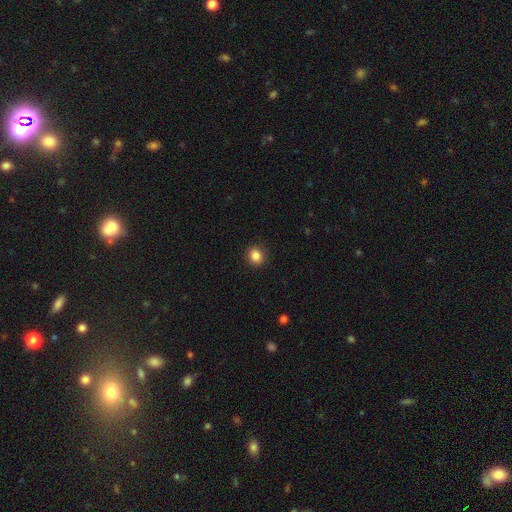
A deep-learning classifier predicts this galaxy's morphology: This appears to be a smooth galaxy with no disk features (86%) that is round (78%). Merging: none (92%).